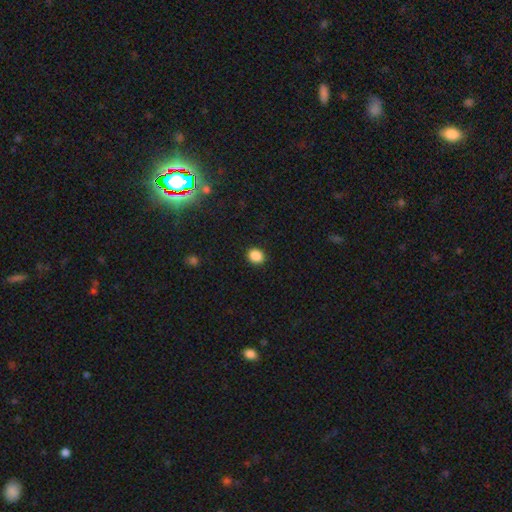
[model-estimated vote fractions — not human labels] smooth_or_featured: smooth (p=0.87) [alt: star or artifact p=0.10]
how_rounded: round (p=0.65) [alt: in between p=0.34]
merging: none (p=0.91) [alt: minor disturbance p=0.06]